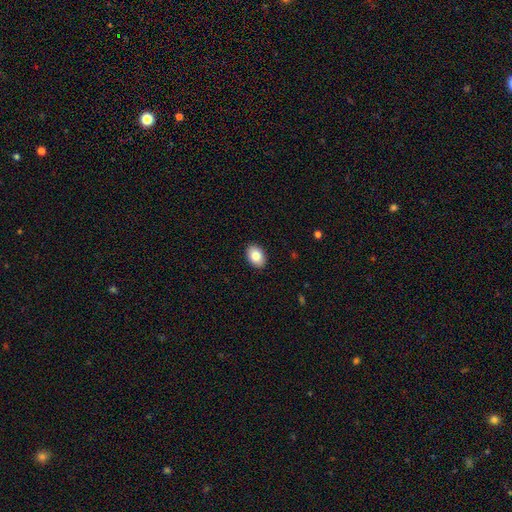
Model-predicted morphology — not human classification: Smooth or featured: smooth — 84% (featured or disk — 8%)
How rounded: in between — 80% (round — 19%)
Merging: none — 90% (minor disturbance — 7%)